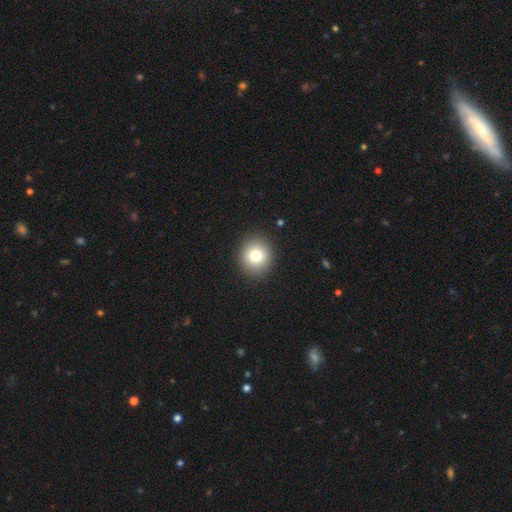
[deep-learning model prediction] smooth_or_featured: smooth (p=0.81) [alt: star or artifact p=0.10]
how_rounded: round (p=0.84) [alt: in between p=0.15]
merging: none (p=0.91) [alt: minor disturbance p=0.06]